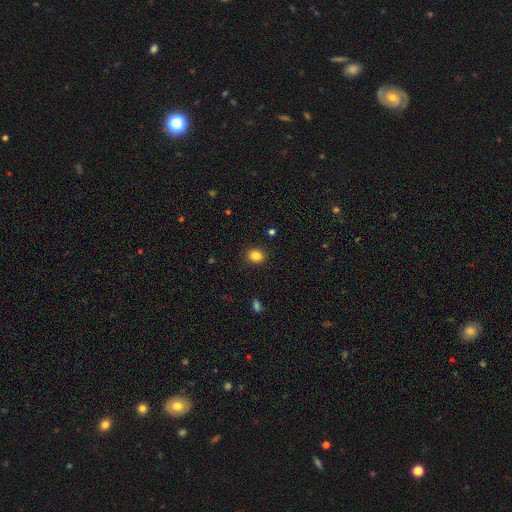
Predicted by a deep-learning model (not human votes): This is clearly a smooth galaxy (84%). How rounded: likely round (64%). Merging: clearly none (90%).